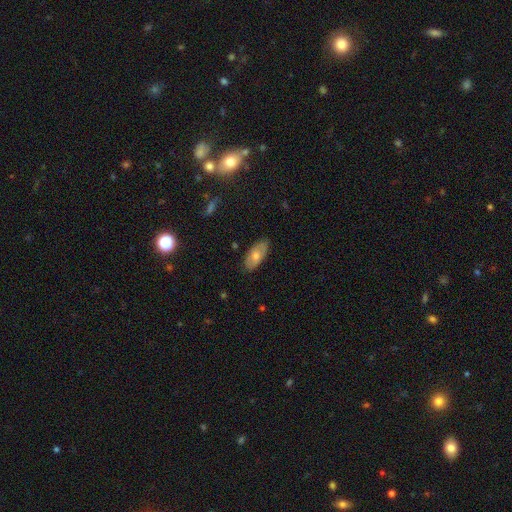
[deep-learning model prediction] Overall: smooth (60%; featured or disk 32%). How rounded: in between (88%). Merging: none (84%).